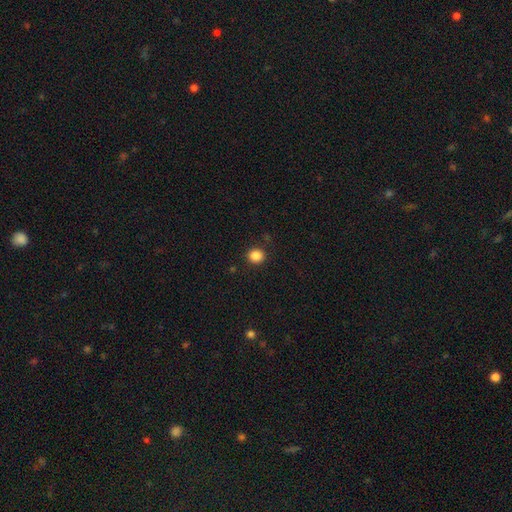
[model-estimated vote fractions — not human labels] smooth 85%, star or artifact 11%, featured or disk 3%. Down the decision tree: how rounded — round (86%); merging — none (90%).